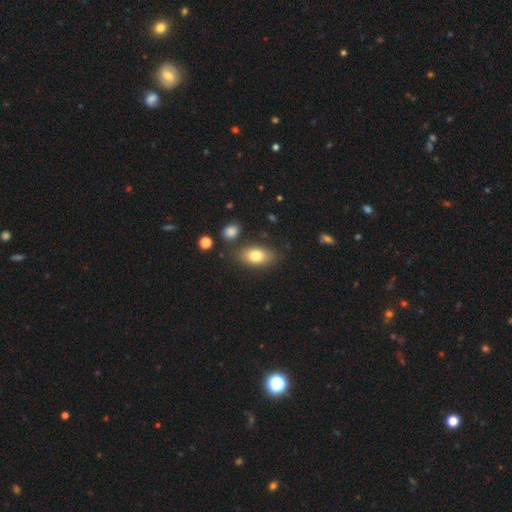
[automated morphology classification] Smooth or featured?
  - smooth: 79% *
  - featured or disk: 13%
  - star or artifact: 8%
How rounded?
  - in between: 88% *
  - round: 8%
  - cigar-shaped: 3%
Merging?
  - none: 78% *
  - minor disturbance: 12%
  - merger: 6%
  - major disturbance: 4%